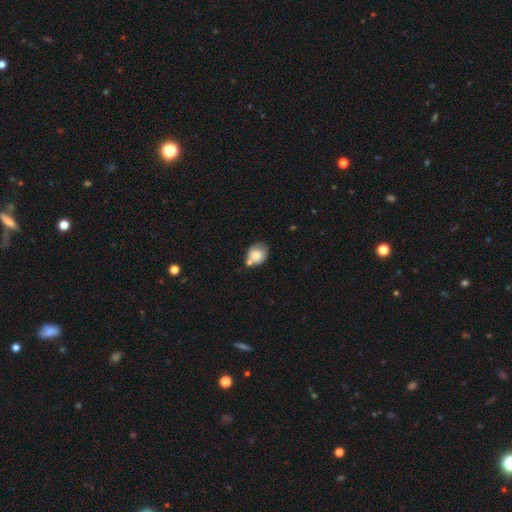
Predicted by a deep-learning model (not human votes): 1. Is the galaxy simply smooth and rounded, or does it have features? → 76% smooth, 16% featured or disk, 8% star or artifact.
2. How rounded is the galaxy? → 54% round, 45% in between, 1% cigar-shaped.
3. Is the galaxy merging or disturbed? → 43% none, 27% merger, 23% minor disturbance, 7% major disturbance.